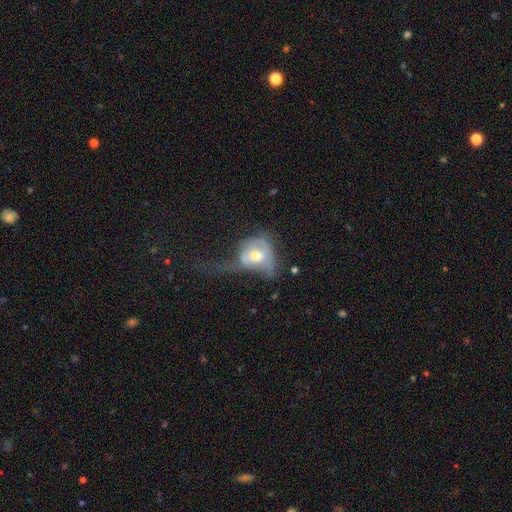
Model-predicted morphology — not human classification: Smooth or featured? Predicted: smooth (p=0.49). Merging? Predicted: major disturbance (p=0.58).